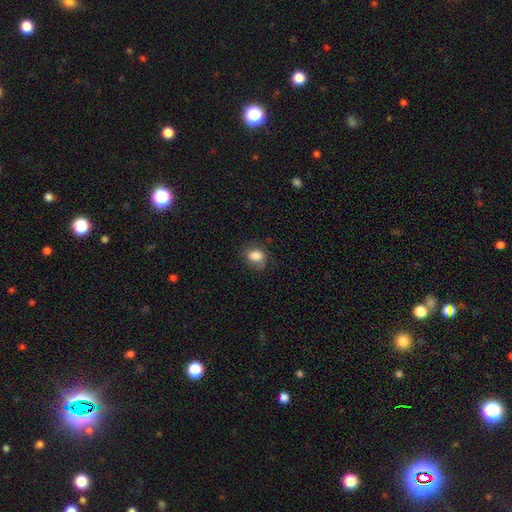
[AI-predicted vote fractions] A smooth galaxy with no disk features (83%) that is in between round and cigar-shaped (60%). Merging: none (65%).